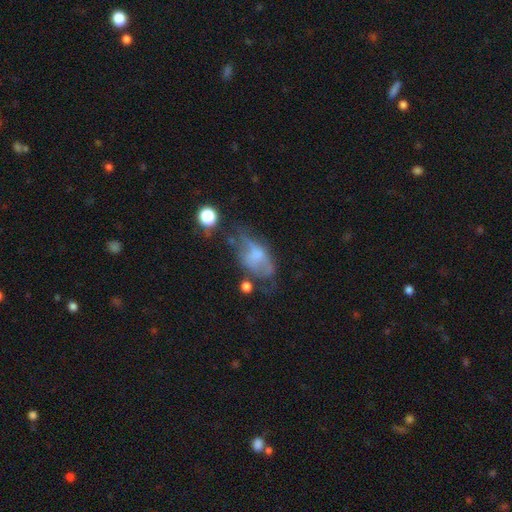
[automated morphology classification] Smooth or featured? featured or disk (46%)
Merging? major disturbance (37%)